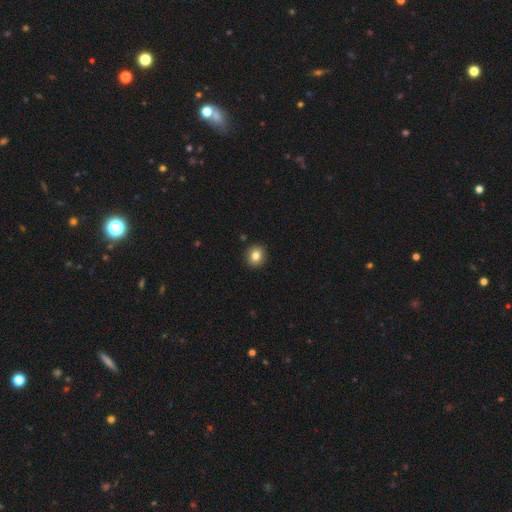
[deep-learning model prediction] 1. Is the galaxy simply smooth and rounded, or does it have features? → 82% smooth, 10% star or artifact, 8% featured or disk.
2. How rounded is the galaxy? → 79% round, 20% in between, 1% cigar-shaped.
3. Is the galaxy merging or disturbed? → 91% none, 6% minor disturbance, 2% major disturbance, 1% merger.